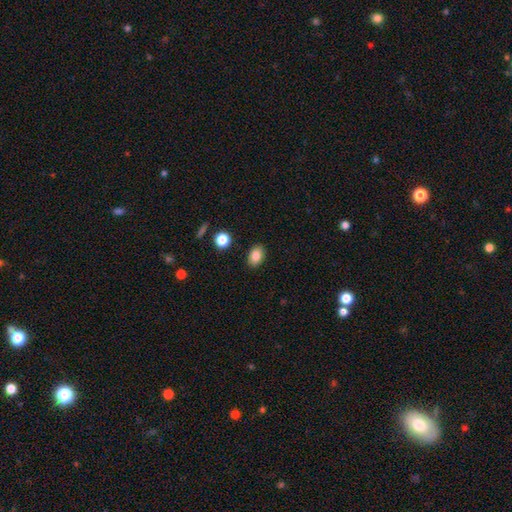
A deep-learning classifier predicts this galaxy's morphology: smooth 85%, star or artifact 9%, featured or disk 6%. Down the decision tree: how rounded — in between (82%); merging — none (88%).